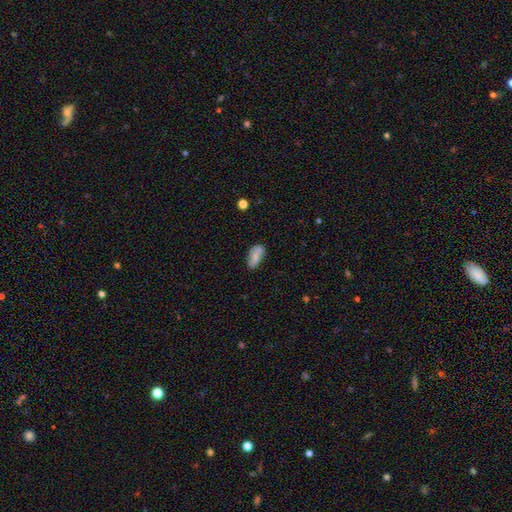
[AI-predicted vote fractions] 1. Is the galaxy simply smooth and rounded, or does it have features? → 69% smooth, 23% featured or disk, 8% star or artifact.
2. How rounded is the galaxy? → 89% in between, 6% cigar-shaped, 5% round.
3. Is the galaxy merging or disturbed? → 58% none, 21% minor disturbance, 15% merger, 6% major disturbance.